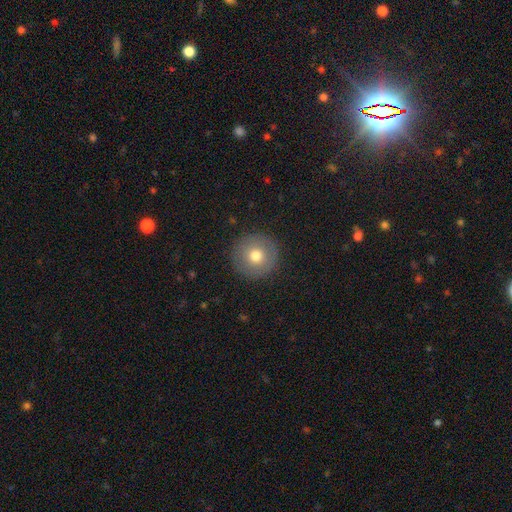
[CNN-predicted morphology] Smooth or featured? Predicted: smooth (p=0.73). How rounded? Predicted: round (p=0.96). Merging? Predicted: none (p=0.91).